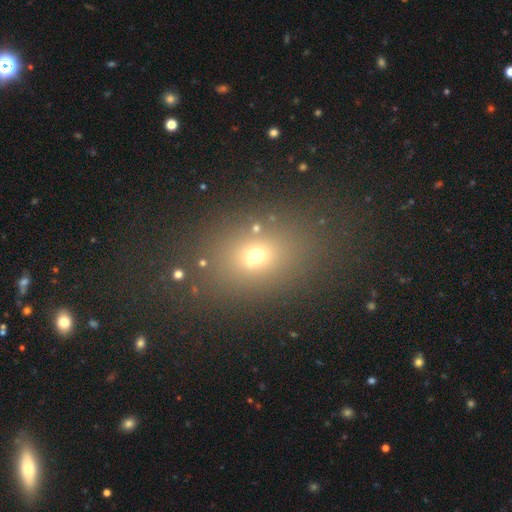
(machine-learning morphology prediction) smooth-or-featured: smooth: 61% | star or artifact: 24% | featured or disk: 14%
  how-rounded: in between: 58% | round: 40% | cigar-shaped: 2%
  merging: none: 78% | minor disturbance: 11% | major disturbance: 6% | merger: 5%